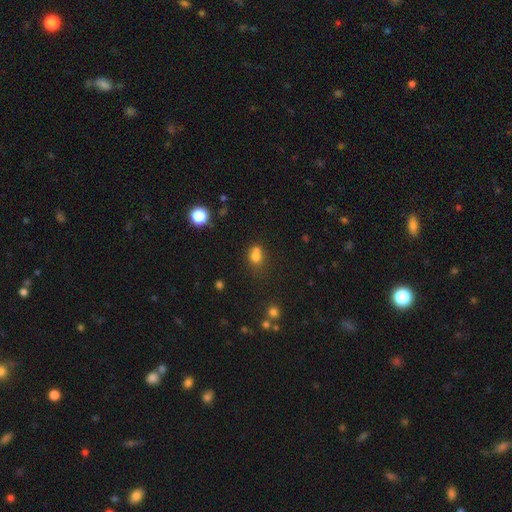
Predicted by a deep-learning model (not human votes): Morphology: type=smooth (72%); roundness=round (56%); merging=merger (45%).